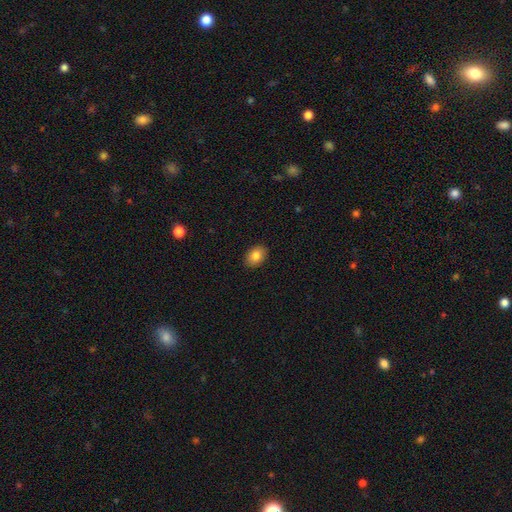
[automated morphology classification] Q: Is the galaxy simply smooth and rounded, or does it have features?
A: smooth — 83%.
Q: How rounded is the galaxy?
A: in between — 76%.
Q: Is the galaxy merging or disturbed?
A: none — 90%.